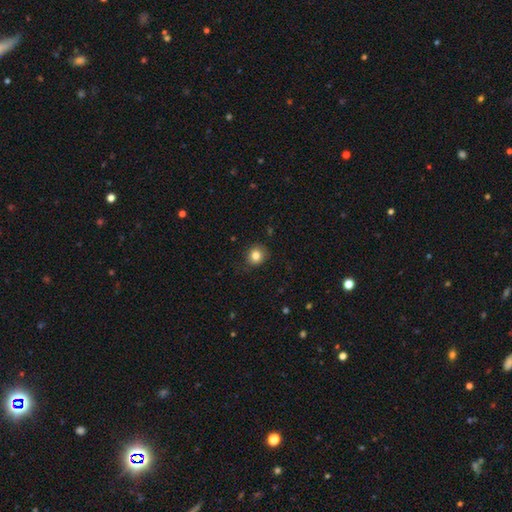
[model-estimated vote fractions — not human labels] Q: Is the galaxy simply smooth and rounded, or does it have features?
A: smooth — 83%.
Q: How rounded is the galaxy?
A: round — 80%.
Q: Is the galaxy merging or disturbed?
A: none — 81%.